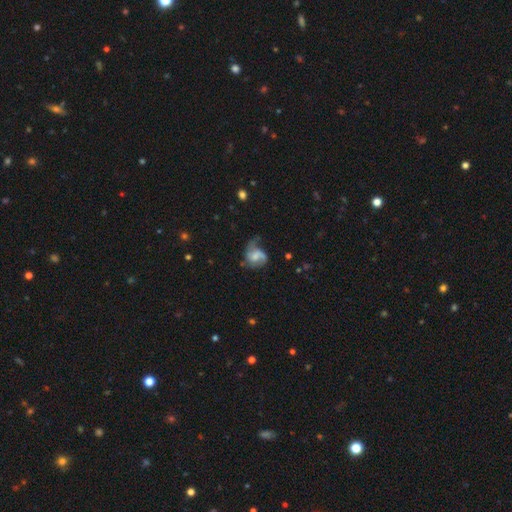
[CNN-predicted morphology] The model was most divided on "bulge size" (2-way tie): small: 29%, none: 29%, moderate: 28%, large: 11%, dominant: 2%. Remaining: edge-on disk — no (97%); spiral arms — yes (85%); smooth or featured — featured or disk (57%); bar — no (54%); merging — none (39%).